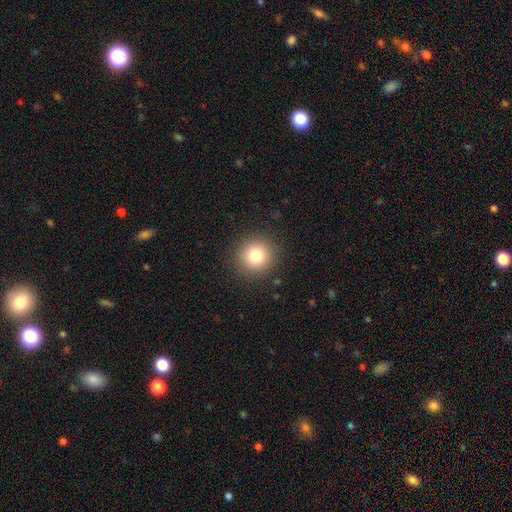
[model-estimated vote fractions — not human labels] Smooth or featured: smooth — 81% (star or artifact — 11%)
How rounded: round — 93% (in between — 6%)
Merging: none — 90% (minor disturbance — 6%)